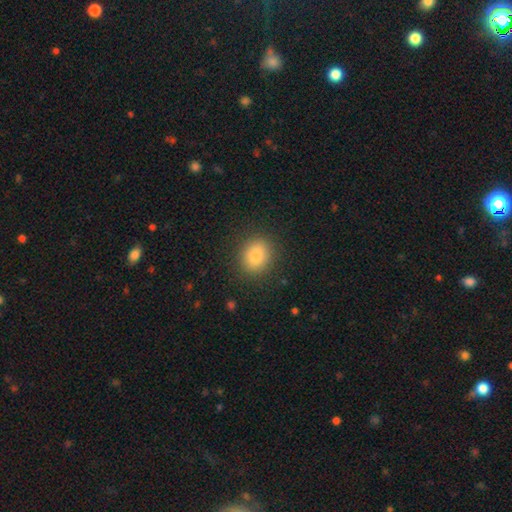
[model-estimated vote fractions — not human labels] A smooth galaxy with no disk features (82%) that is round (67%). Merging: none (89%).